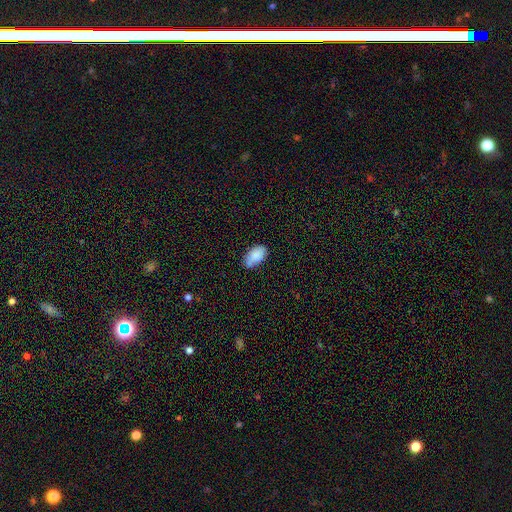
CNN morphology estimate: A smooth galaxy with no disk features (83%) that is in between round and cigar-shaped (94%). Merging: none (60%).